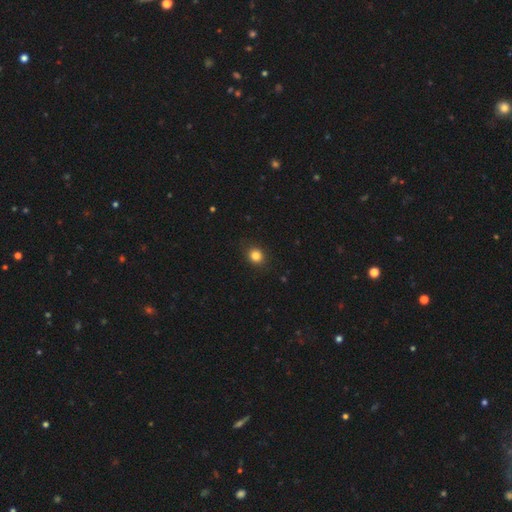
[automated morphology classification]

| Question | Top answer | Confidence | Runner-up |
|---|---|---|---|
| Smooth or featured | smooth | 83% | star or artifact (12%) |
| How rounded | round | 78% | in between (21%) |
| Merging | none | 89% | minor disturbance (8%) |